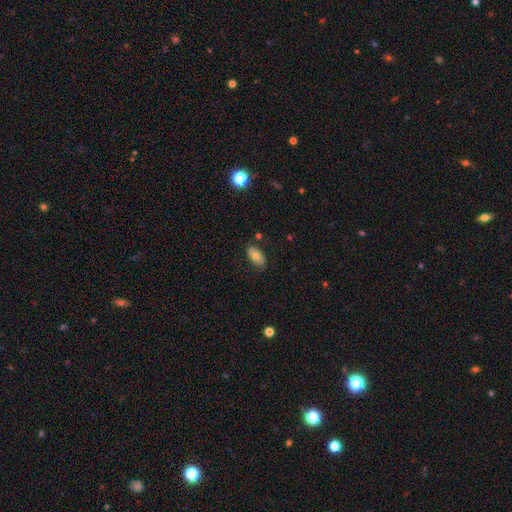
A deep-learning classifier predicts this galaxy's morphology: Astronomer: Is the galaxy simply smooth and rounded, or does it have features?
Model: smooth — 70%.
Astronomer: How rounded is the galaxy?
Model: in between — 93%.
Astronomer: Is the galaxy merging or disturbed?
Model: none — 81%.